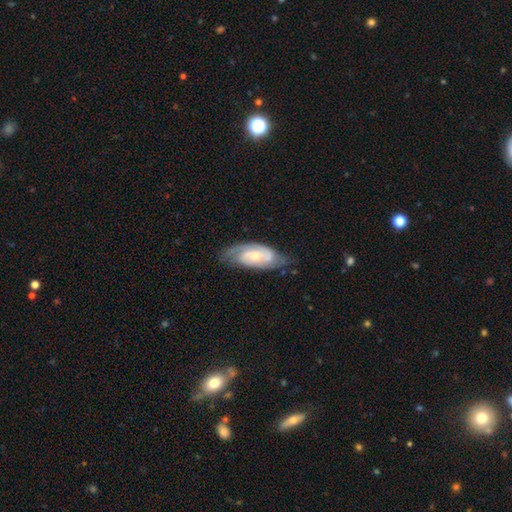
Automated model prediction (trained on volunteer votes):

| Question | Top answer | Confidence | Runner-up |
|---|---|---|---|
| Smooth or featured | featured or disk | 74% | smooth (21%) |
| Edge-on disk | no | 93% | yes (7%) |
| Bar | no | 49% | weak (40%) |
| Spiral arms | yes | 92% | no (8%) |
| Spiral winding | tight | 45% | medium (41%) |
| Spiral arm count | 2 | 71% | can't tell (16%) |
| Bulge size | small | 49% | moderate (42%) |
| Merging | none | 65% | minor disturbance (25%) |